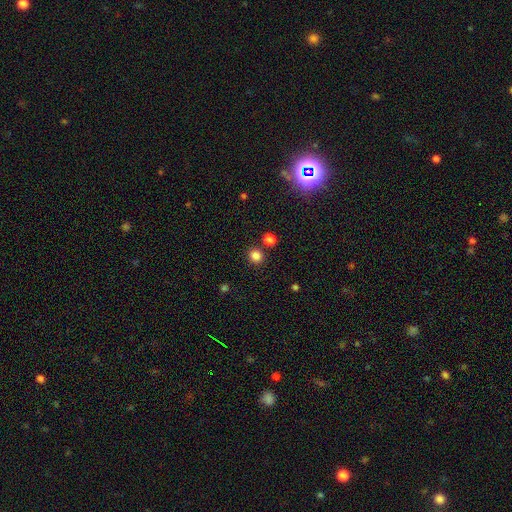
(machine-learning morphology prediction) Overall: smooth (82%). How rounded: round (89%). Merging: none (84%).